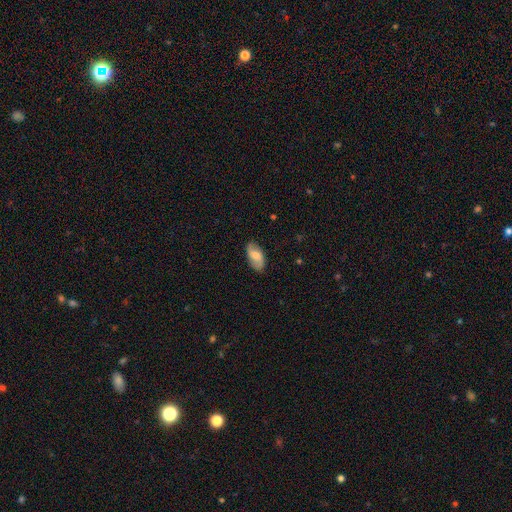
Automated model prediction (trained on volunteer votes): Morphology: type=smooth (49%); merging=none (82%).